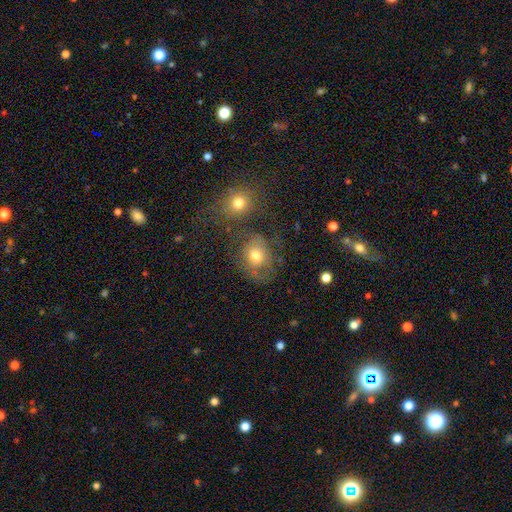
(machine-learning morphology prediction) Smooth or featured?
  - smooth: 65% *
  - featured or disk: 20%
  - star or artifact: 15%
How rounded?
  - round: 64% *
  - in between: 35%
  - cigar-shaped: 1%
Merging?
  - none: 50% *
  - minor disturbance: 18%
  - merger: 18%
  - major disturbance: 14%